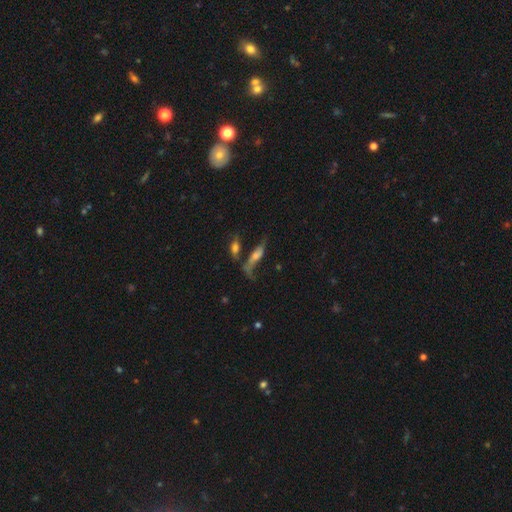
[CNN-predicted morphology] The model was most divided on "edge-on disk": yes: 51%, no: 49%. Remaining: smooth or featured — featured or disk (51%); merging — none (39%).